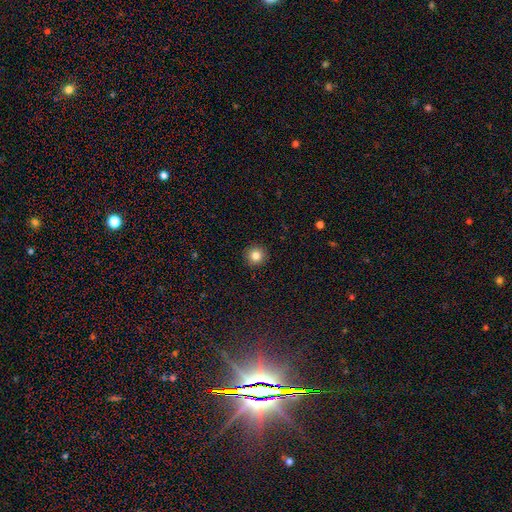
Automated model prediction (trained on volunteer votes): Smooth or featured?
  - smooth: 84% *
  - star or artifact: 11%
  - featured or disk: 5%
How rounded?
  - round: 95% *
  - in between: 4%
  - cigar-shaped: 1%
Merging?
  - none: 93% *
  - minor disturbance: 5%
  - major disturbance: 2%
  - merger: 1%